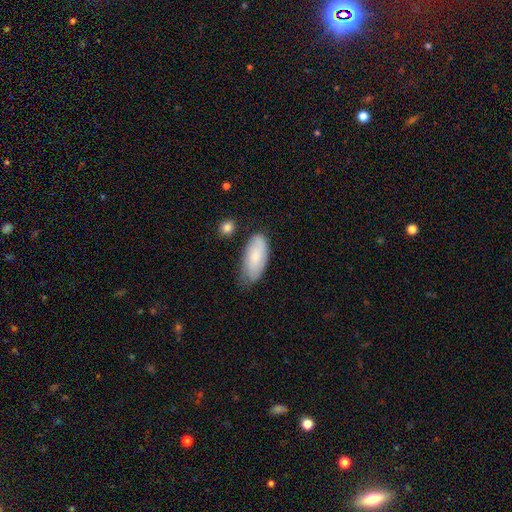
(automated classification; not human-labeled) Smooth or featured? Predicted: smooth (p=0.76). How rounded? Predicted: in between (p=0.88). Merging? Predicted: none (p=0.61).